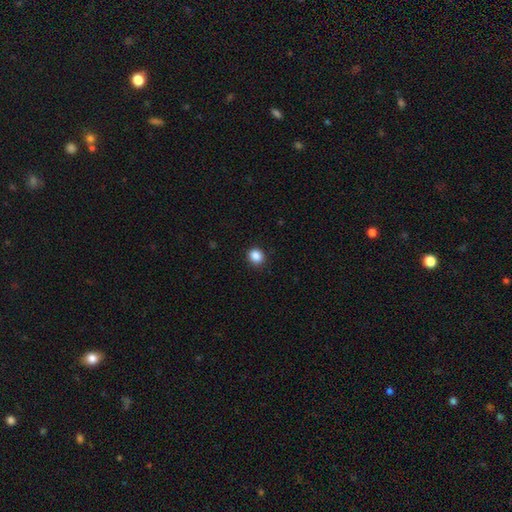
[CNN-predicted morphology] A smooth galaxy with no disk features (87%) that is round (76%).

Vote fractions:
- Smooth or featured? smooth: 87% / star or artifact: 10% / featured or disk: 3%
- How rounded? round: 76% / in between: 23% / cigar-shaped: 1%
- Merging? none: 90% / minor disturbance: 7% / major disturbance: 2% / merger: 1%